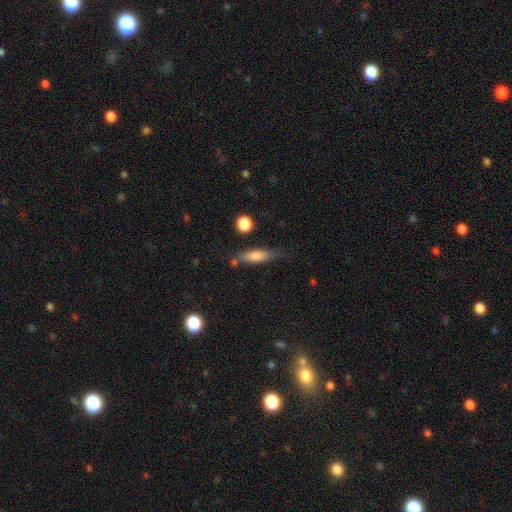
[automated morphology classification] Smooth or featured?
  - smooth: 69% *
  - featured or disk: 24%
  - star or artifact: 8%
How rounded?
  - cigar-shaped: 50% *
  - in between: 47%
  - round: 4%
Merging?
  - none: 62% *
  - minor disturbance: 24%
  - major disturbance: 7%
  - merger: 6%